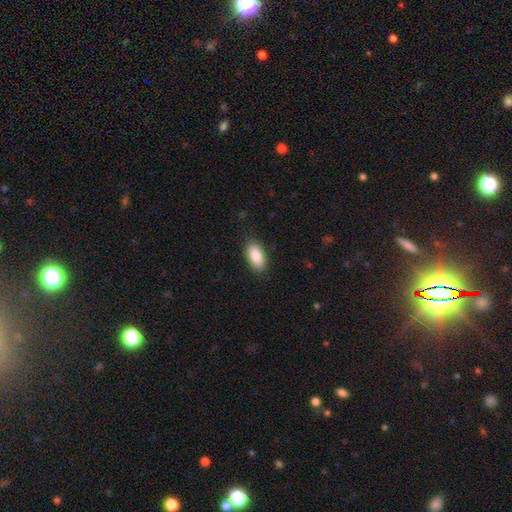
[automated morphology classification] smooth-or-featured: smooth: 87% | featured or disk: 7% | star or artifact: 6%
  how-rounded: in between: 91% | cigar-shaped: 6% | round: 3%
  merging: none: 87% | minor disturbance: 10% | major disturbance: 2% | merger: 1%